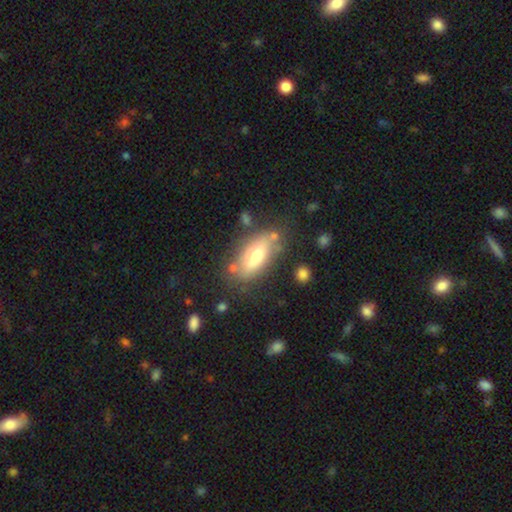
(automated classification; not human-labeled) Smooth or featured: smooth — 65% (featured or disk — 28%)
How rounded: in between — 77% (cigar-shaped — 20%)
Merging: none — 73% (minor disturbance — 16%)